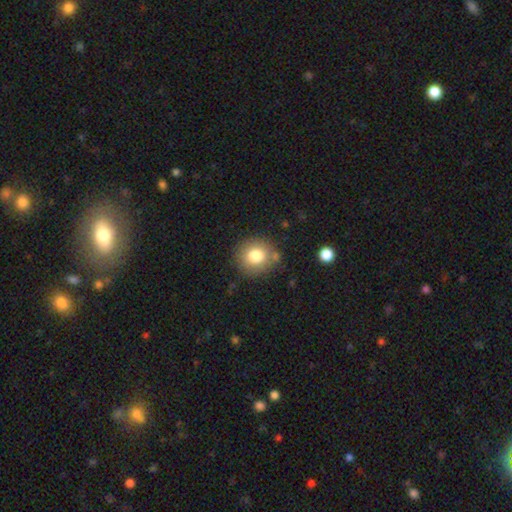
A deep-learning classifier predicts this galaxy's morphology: type=smooth (79%); roundness=round (88%); merging=none (82%).